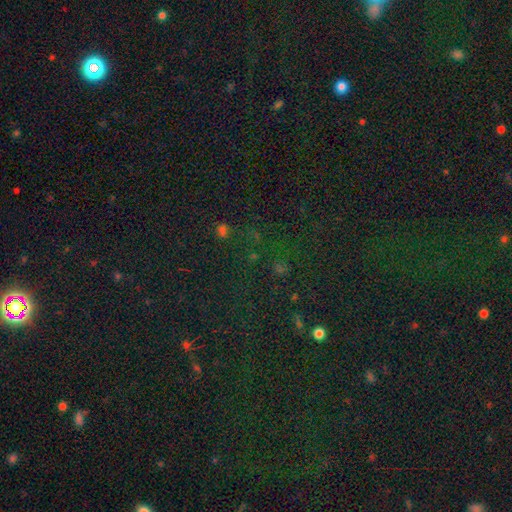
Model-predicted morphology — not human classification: A star or artifact, not a galaxy (76%).